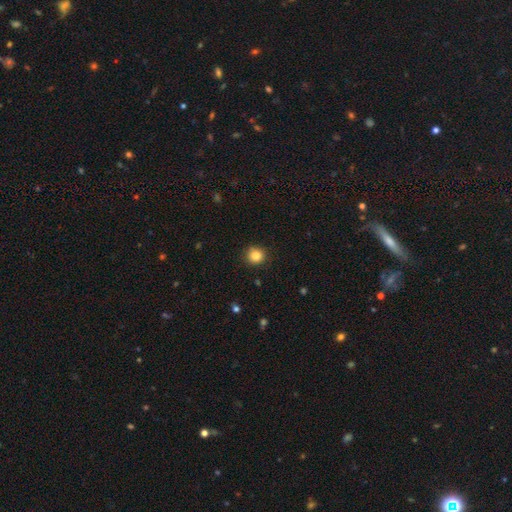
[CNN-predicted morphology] This is clearly a smooth galaxy (85%). How rounded: clearly round (90%). Merging: clearly none (88%).